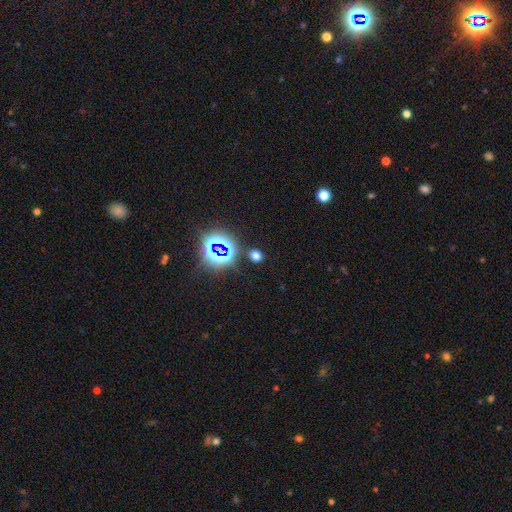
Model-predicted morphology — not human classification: This appears to be a smooth galaxy with no disk features (57%) that is round (64%). Merging: none (84%).